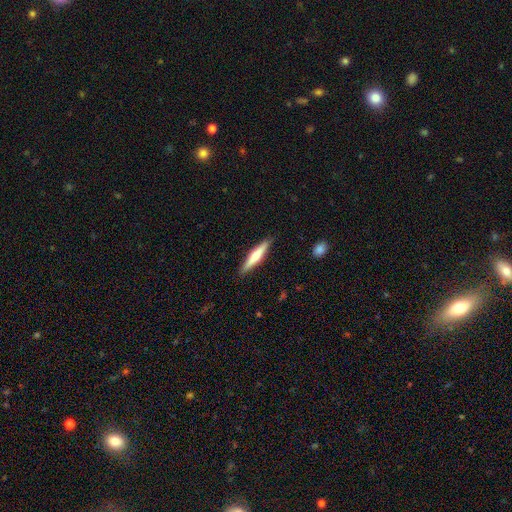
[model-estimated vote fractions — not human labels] smooth_or_featured: smooth (p=0.58) [alt: featured or disk p=0.37]
how_rounded: cigar-shaped (p=0.89) [alt: in between p=0.09]
merging: none (p=0.89) [alt: minor disturbance p=0.08]